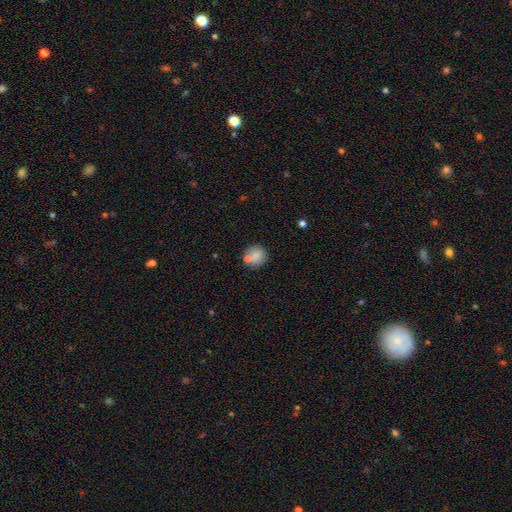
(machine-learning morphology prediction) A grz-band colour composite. It shows a smooth galaxy with no disk features (81%) that is round (84%). Merging: none (67%).